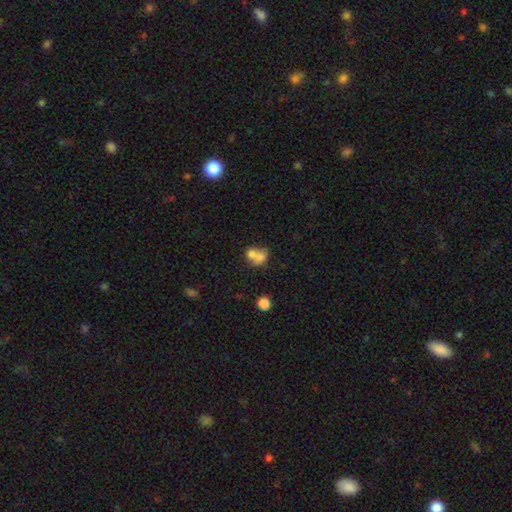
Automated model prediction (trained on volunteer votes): This appears to be a smooth galaxy with no disk features (71%) that is round (56%). Merging: merger (66%).